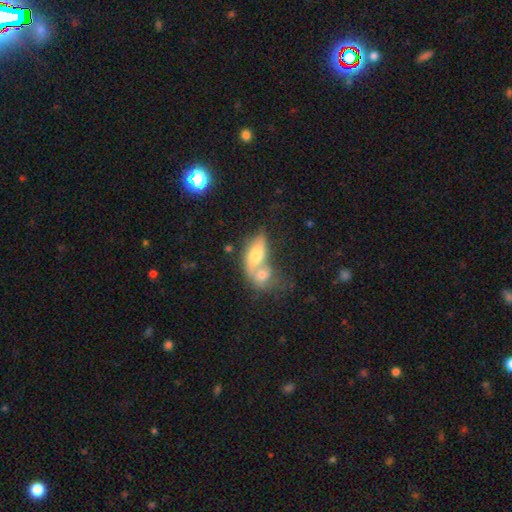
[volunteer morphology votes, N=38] smooth_or_featured: smooth (p=0.53) [alt: featured or disk p=0.37]
how_rounded: in between (p=0.75) [alt: cigar-shaped p=0.15]
merging: merger (p=0.71) [alt: none p=0.18]